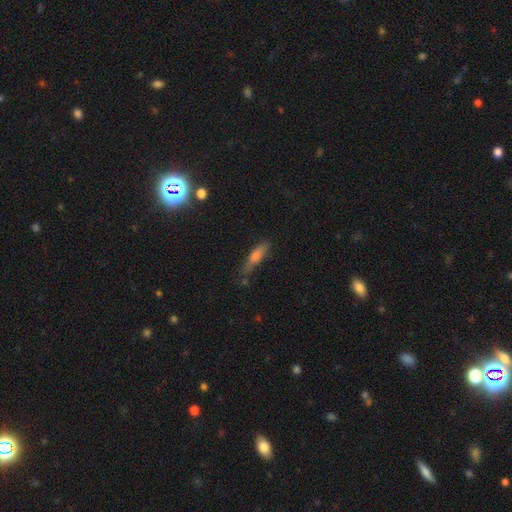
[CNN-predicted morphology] A smooth galaxy with no disk features (62%) that is cigar-shaped (76%).

Vote fractions:
- Smooth or featured? smooth: 62% / featured or disk: 26% / star or artifact: 12%
- How rounded? cigar-shaped: 76% / in between: 22% / round: 3%
- Merging? none: 67% / minor disturbance: 23% / major disturbance: 6% / merger: 4%